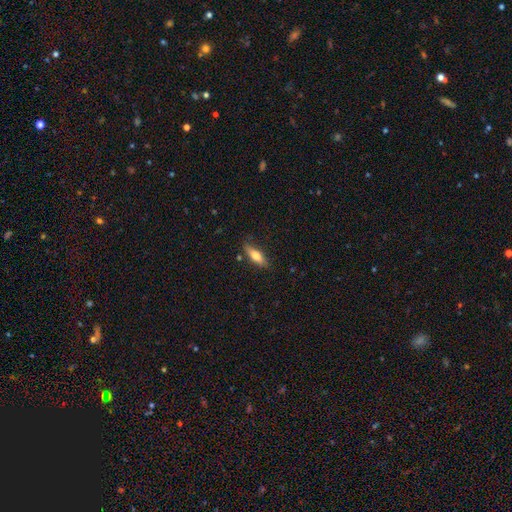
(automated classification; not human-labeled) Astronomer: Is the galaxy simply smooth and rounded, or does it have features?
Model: smooth — 71%.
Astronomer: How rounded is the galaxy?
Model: in between — 53% (runner-up: cigar-shaped, 45%).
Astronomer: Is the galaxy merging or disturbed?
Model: none — 77%.